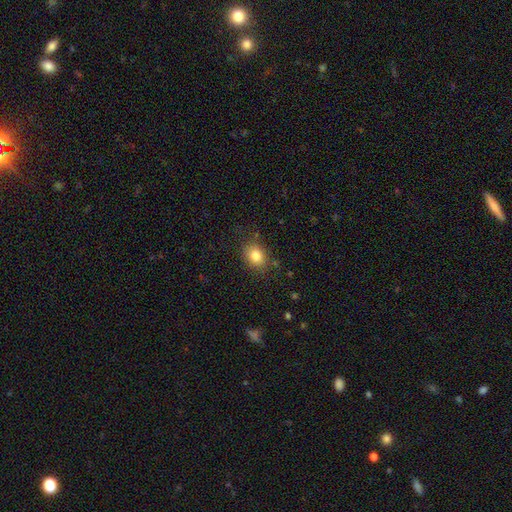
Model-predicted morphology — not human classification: A smooth galaxy with no disk features (83%) that is in between round and cigar-shaped (59%).

Vote fractions:
- Smooth or featured? smooth: 83% / star or artifact: 10% / featured or disk: 7%
- How rounded? in between: 59% / round: 40% / cigar-shaped: 1%
- Merging? none: 81% / minor disturbance: 13% / major disturbance: 4% / merger: 2%